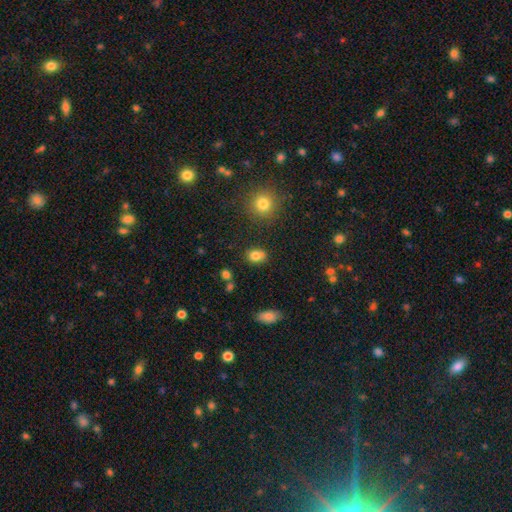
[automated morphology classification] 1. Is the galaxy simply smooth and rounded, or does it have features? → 82% smooth, 11% star or artifact, 7% featured or disk.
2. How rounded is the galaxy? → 64% in between, 35% round, 1% cigar-shaped.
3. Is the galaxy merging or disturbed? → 82% none, 12% minor disturbance, 4% merger, 3% major disturbance.